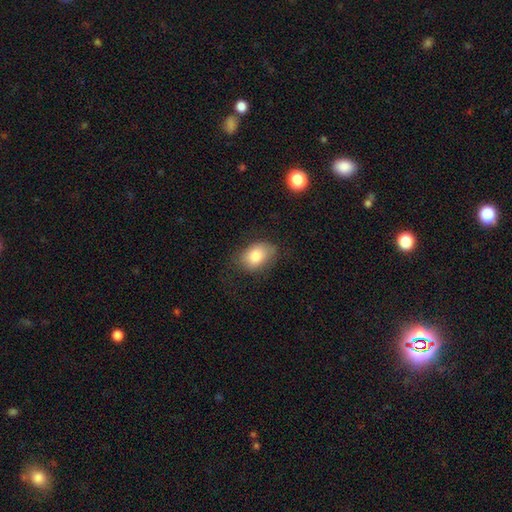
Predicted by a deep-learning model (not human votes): Morphology: type=smooth (82%); roundness=in between (81%); merging=none (69%).